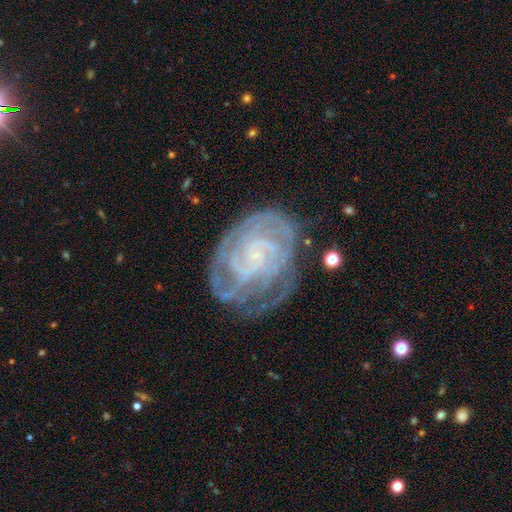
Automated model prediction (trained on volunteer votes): Smooth or featured: featured or disk — 85% (smooth — 8%)
Edge-on disk: no — 97% (yes — 3%)
Bar: no — 61% (weak — 30%)
Spiral arms: yes — 95% (no — 5%)
Spiral winding: tight — 73% (medium — 22%)
Spiral arm count: can't tell — 33% (3 — 20%)
Bulge size: small — 69% (none — 21%)
Merging: none — 64% (minor disturbance — 22%)